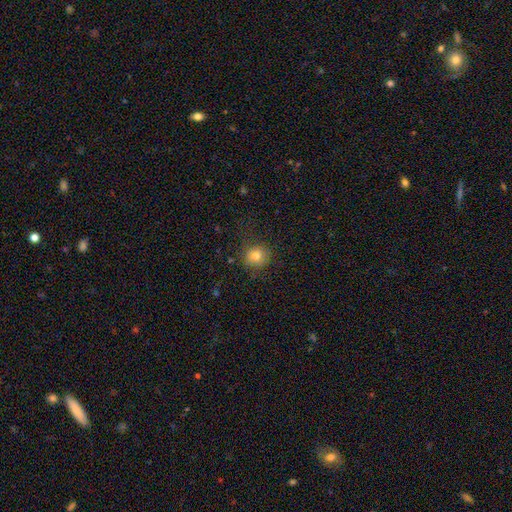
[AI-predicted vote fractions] A smooth galaxy with no disk features (80%) that is round (87%).

Vote fractions:
- Smooth or featured? smooth: 80% / star or artifact: 12% / featured or disk: 8%
- How rounded? round: 87% / in between: 12% / cigar-shaped: 1%
- Merging? none: 80% / minor disturbance: 13% / major disturbance: 5% / merger: 1%